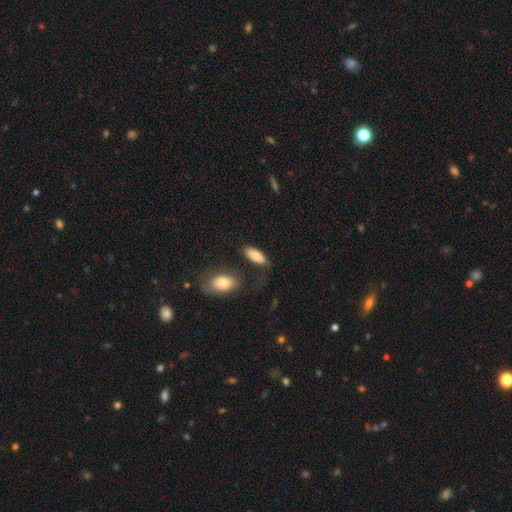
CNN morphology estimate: type=smooth (86%); roundness=in between (82%); merging=none (71%).